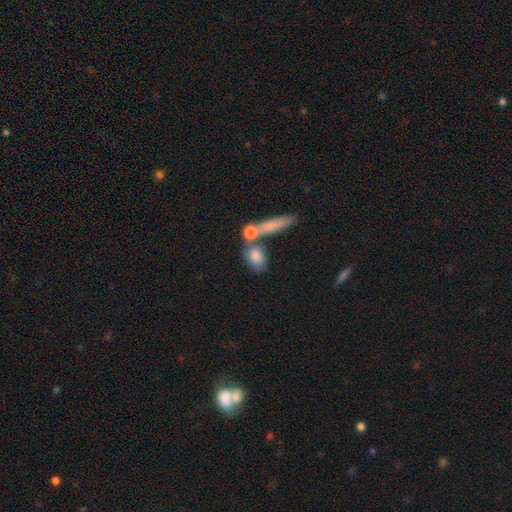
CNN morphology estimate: Smooth or featured? smooth (76%)
How rounded? in between (55%)
Merging? none (48%)